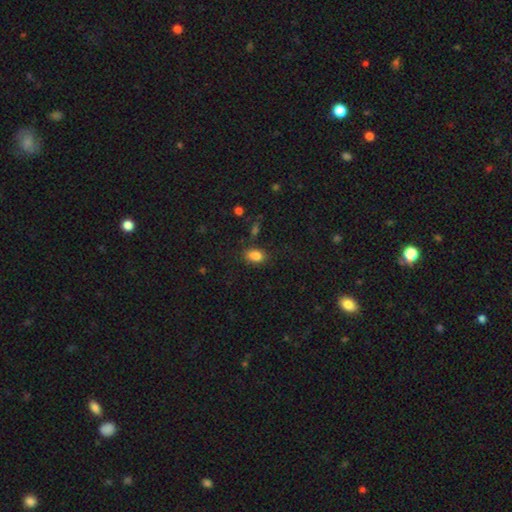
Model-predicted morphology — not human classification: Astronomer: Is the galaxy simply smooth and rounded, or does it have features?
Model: smooth — 83%.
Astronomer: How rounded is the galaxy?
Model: in between — 83%.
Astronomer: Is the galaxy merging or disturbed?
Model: none — 75%.